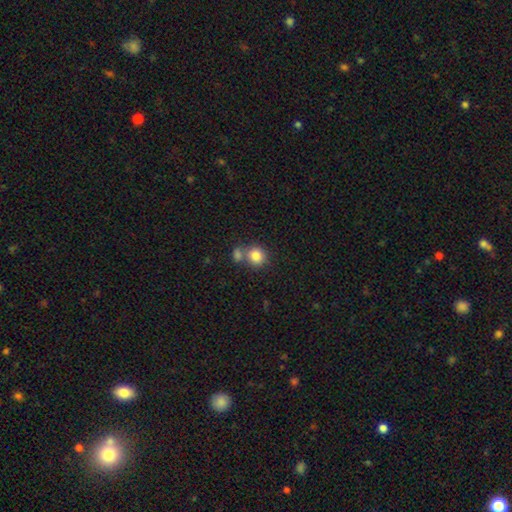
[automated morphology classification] Q: Smooth or featured?
A: smooth (83%); runner-up: star or artifact (10%)
Q: How rounded?
A: round (83%); runner-up: in between (16%)
Q: Merging?
A: none (53%); runner-up: merger (34%)